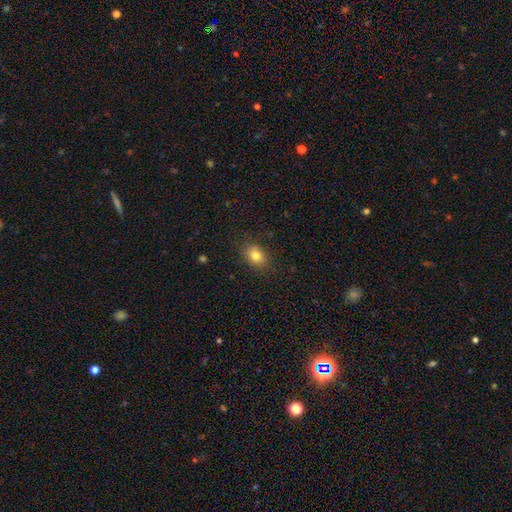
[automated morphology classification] Smooth or featured?
  - smooth: 80% *
  - star or artifact: 11%
  - featured or disk: 9%
How rounded?
  - in between: 66% *
  - round: 32%
  - cigar-shaped: 1%
Merging?
  - none: 85% *
  - minor disturbance: 11%
  - major disturbance: 3%
  - merger: 1%